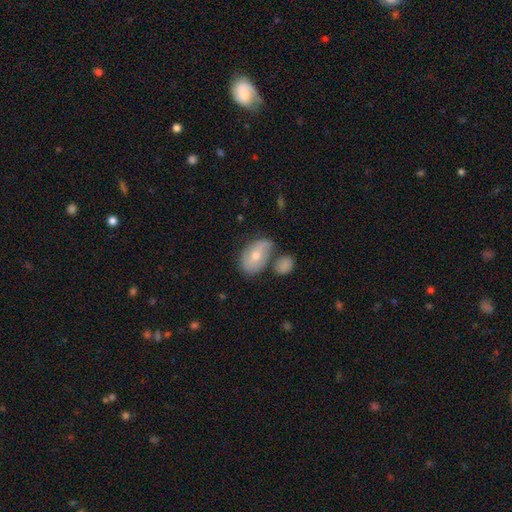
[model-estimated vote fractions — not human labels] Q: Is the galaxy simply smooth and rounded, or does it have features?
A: smooth — 49%.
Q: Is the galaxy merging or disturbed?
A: none — 53%.